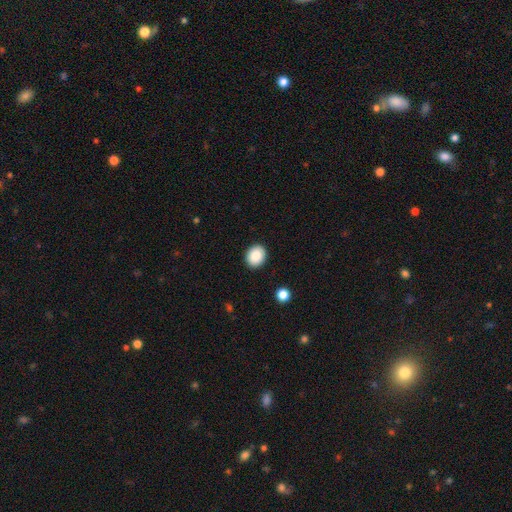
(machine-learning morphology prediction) smooth_or_featured: smooth (p=0.88) [alt: star or artifact p=0.08]
how_rounded: round (p=0.53) [alt: in between p=0.46]
merging: none (p=0.91) [alt: minor disturbance p=0.06]